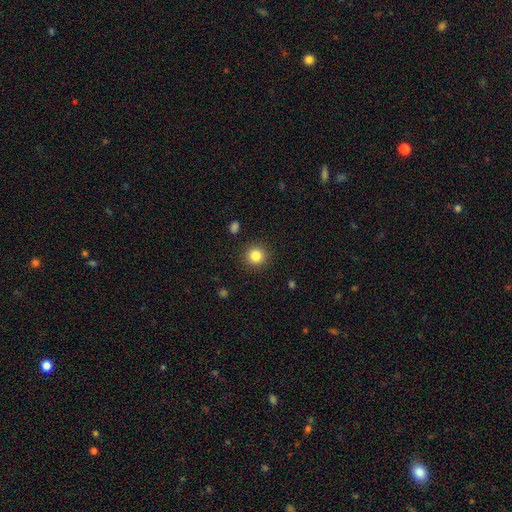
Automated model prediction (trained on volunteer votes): Smooth or featured: smooth — 84% (star or artifact — 11%)
How rounded: round — 93% (in between — 6%)
Merging: none — 91% (minor disturbance — 6%)